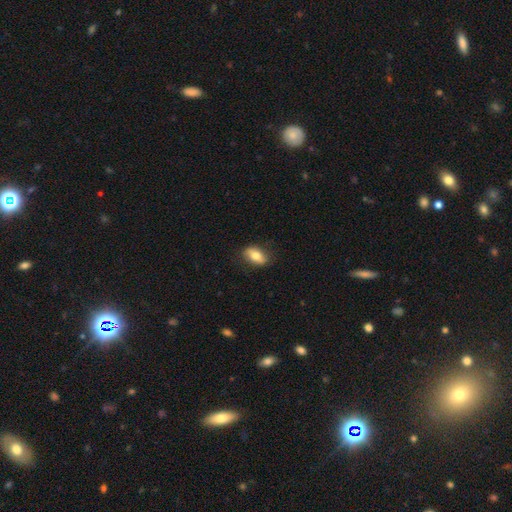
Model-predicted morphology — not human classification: smooth-or-featured: smooth: 70% | featured or disk: 24% | star or artifact: 7%
  how-rounded: in between: 85% | round: 8% | cigar-shaped: 7%
  merging: none: 81% | minor disturbance: 15% | major disturbance: 3% | merger: 1%